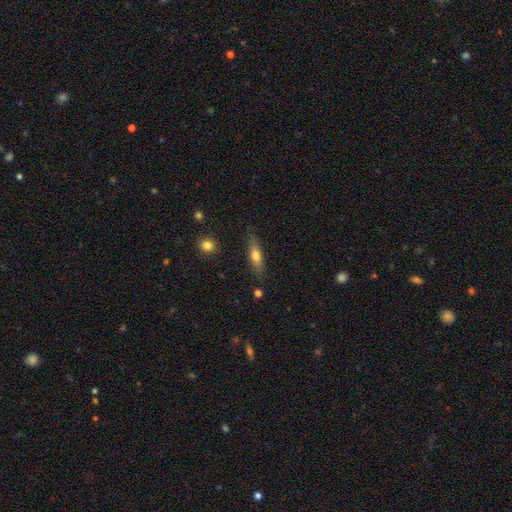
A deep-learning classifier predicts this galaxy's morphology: This appears to be a smooth galaxy with no disk features (64%) that is cigar-shaped (58%). Merging: none (77%).